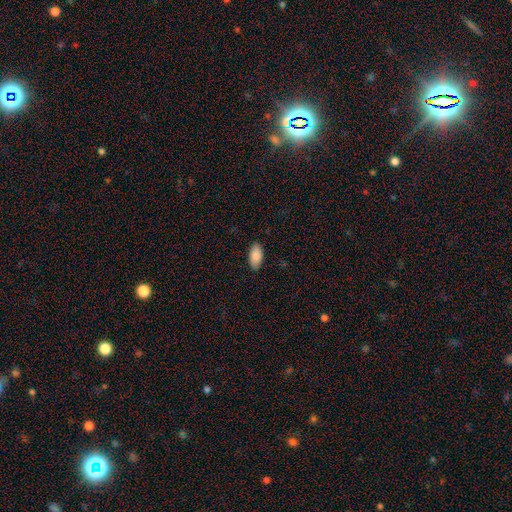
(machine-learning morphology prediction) type=smooth (89%); roundness=in between (94%); merging=none (89%).